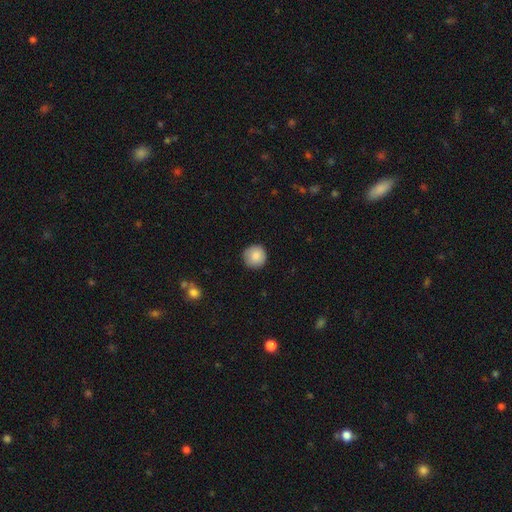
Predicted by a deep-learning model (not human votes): Smooth or featured? smooth (87%)
How rounded? round (95%)
Merging? none (89%)